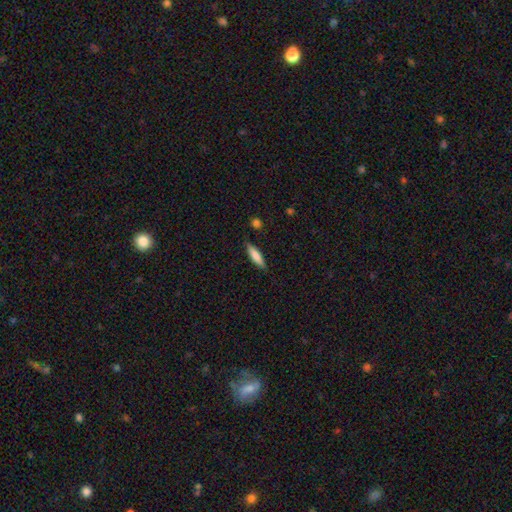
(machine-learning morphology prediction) Smooth or featured: smooth — 78% (featured or disk — 16%)
How rounded: cigar-shaped — 70% (in between — 29%)
Merging: none — 84% (minor disturbance — 12%)